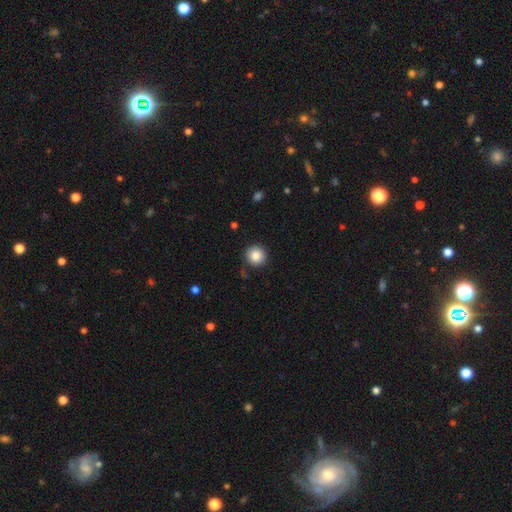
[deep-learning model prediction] This appears to be a smooth galaxy with no disk features (86%) that is round (95%). Merging: none (89%).